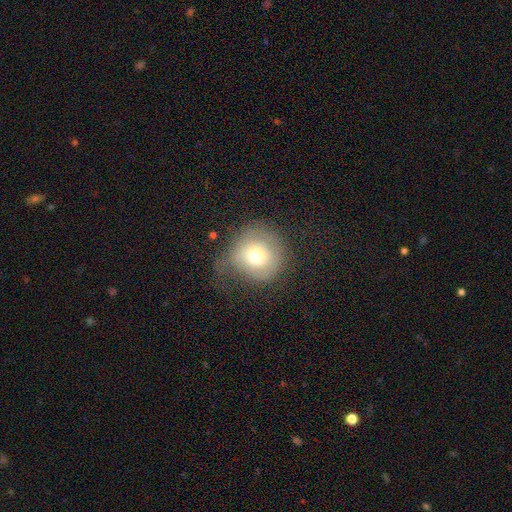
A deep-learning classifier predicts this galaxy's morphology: Overall: smooth (65%). How rounded: round (89%). Merging: none (43%; minor disturbance 31%).